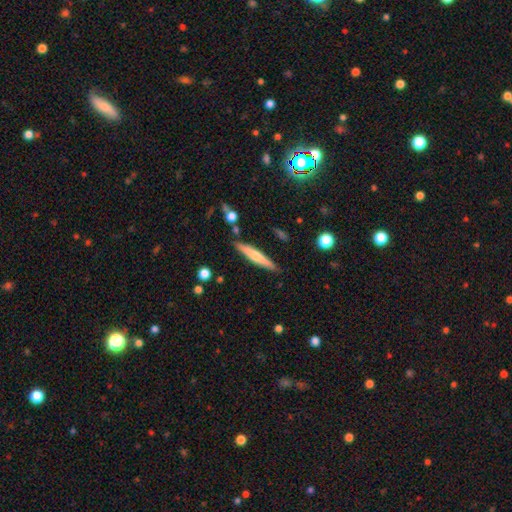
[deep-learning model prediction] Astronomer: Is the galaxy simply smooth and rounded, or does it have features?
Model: smooth — 57% (runner-up: featured or disk, 37%).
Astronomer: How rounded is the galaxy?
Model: cigar-shaped — 92%.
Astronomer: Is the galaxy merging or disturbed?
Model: none — 86%.